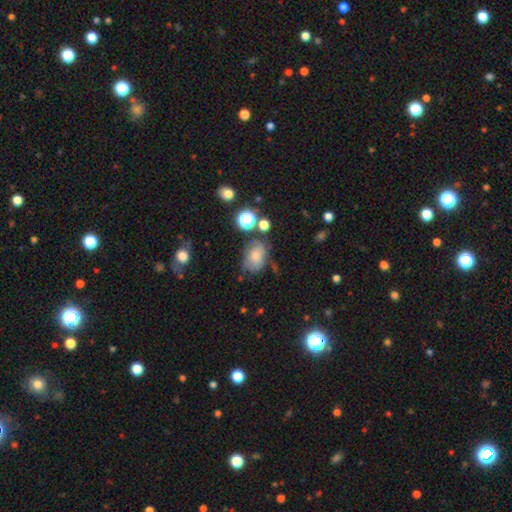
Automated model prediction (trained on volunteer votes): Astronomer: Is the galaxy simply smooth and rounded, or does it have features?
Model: smooth — 65%.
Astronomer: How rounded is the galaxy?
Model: in between — 76%.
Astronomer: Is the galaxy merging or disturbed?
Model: none — 54%.